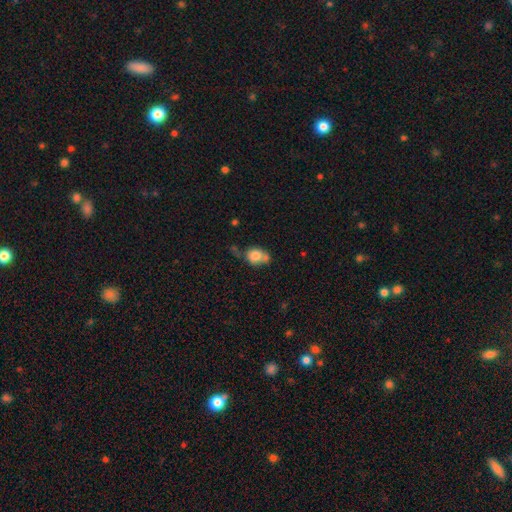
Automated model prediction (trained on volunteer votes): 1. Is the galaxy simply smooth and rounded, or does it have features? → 78% smooth, 13% featured or disk, 9% star or artifact.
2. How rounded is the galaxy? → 53% round, 46% in between, 1% cigar-shaped.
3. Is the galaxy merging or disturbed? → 43% none, 29% merger, 21% minor disturbance, 8% major disturbance.